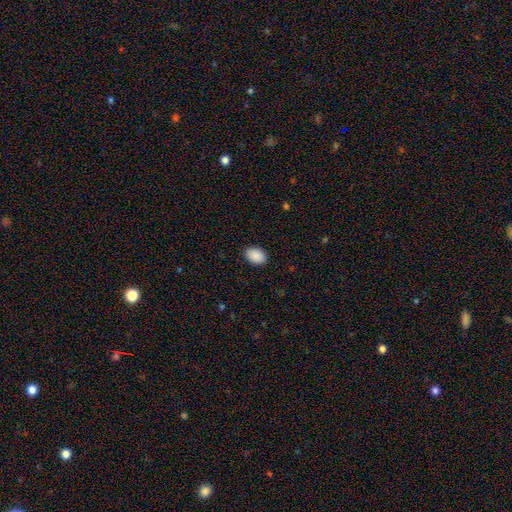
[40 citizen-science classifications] Volunteers were most divided on "how rounded": in between: 87%, round: 11%, cigar-shaped: 3%. More confident: smooth or featured — smooth (95%); merging — none (87%).